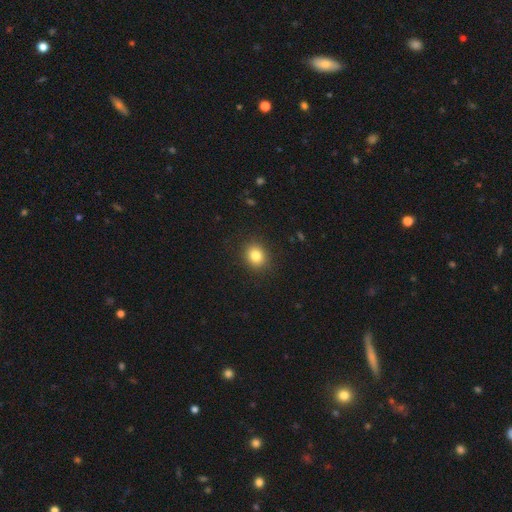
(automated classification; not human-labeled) Smooth or featured: smooth — 83% (star or artifact — 11%)
How rounded: round — 68% (in between — 31%)
Merging: none — 90% (minor disturbance — 7%)